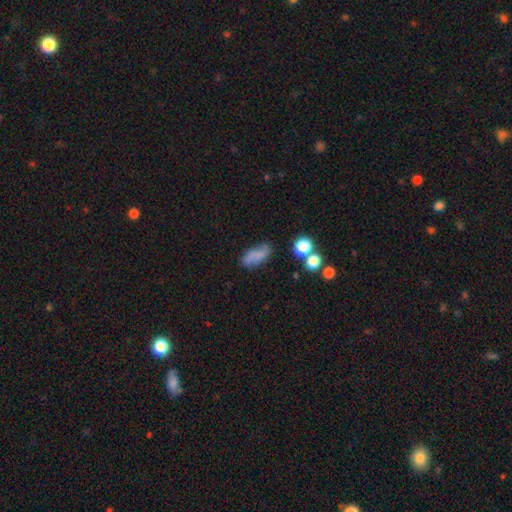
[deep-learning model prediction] Morphology: type=smooth (67%); roundness=in between (78%); merging=none (64%).